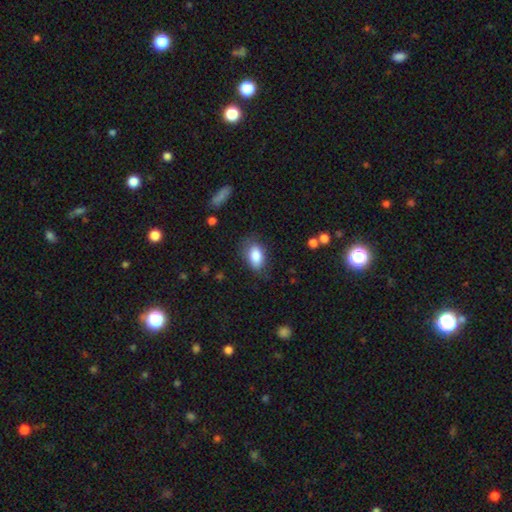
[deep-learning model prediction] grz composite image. It shows a smooth galaxy with no disk features (84%) that is in between round and cigar-shaped (89%). Merging: none (74%).